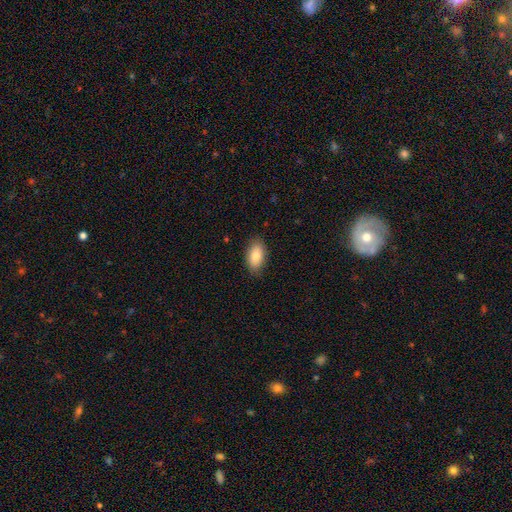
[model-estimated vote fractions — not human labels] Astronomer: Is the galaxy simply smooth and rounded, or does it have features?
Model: smooth — 83%.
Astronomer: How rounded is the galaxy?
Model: in between — 93%.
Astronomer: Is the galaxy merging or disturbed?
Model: none — 85%.